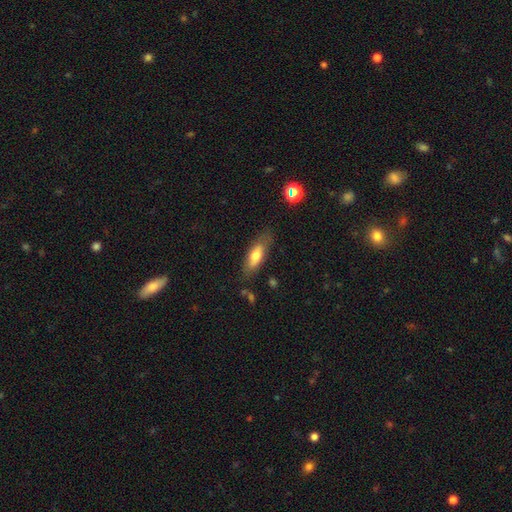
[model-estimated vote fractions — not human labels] smooth_or_featured: smooth (p=0.68) [alt: featured or disk p=0.25]
how_rounded: in between (p=0.62) [alt: cigar-shaped p=0.36]
merging: none (p=0.75) [alt: minor disturbance p=0.18]